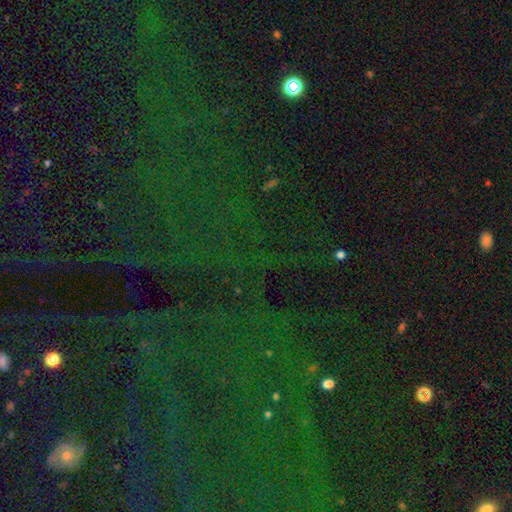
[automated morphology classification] type=star or artifact (82%).